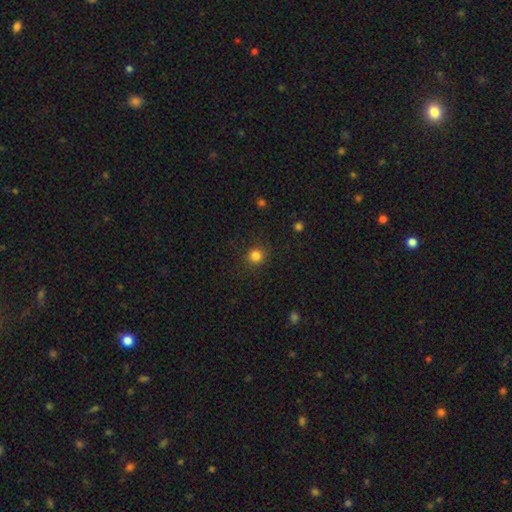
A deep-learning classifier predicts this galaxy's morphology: A smooth galaxy with no disk features (83%) that is round (92%).

Vote fractions:
- Smooth or featured? smooth: 83% / star or artifact: 12% / featured or disk: 4%
- How rounded? round: 92% / in between: 7% / cigar-shaped: 1%
- Merging? none: 88% / minor disturbance: 8% / major disturbance: 3% / merger: 1%